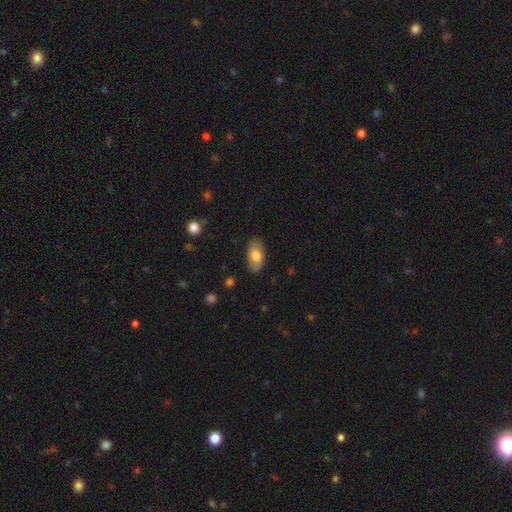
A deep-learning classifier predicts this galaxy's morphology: Smooth or featured?
  - smooth: 75% *
  - featured or disk: 19%
  - star or artifact: 6%
How rounded?
  - in between: 93% *
  - round: 4%
  - cigar-shaped: 3%
Merging?
  - none: 84% *
  - minor disturbance: 12%
  - major disturbance: 3%
  - merger: 1%